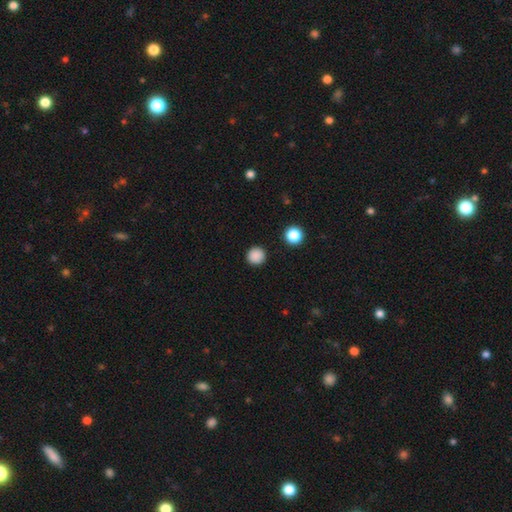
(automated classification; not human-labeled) smooth 87%, star or artifact 11%, featured or disk 3%. Down the decision tree: how rounded — round (95%); merging — none (92%).